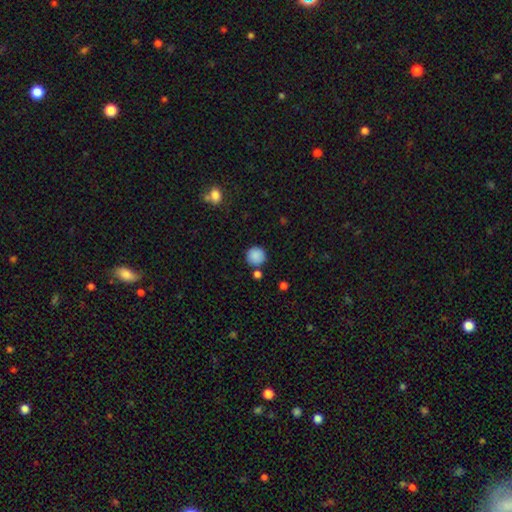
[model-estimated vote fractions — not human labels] This appears to be a smooth galaxy with no disk features (88%) that is round (94%). Merging: none (82%).